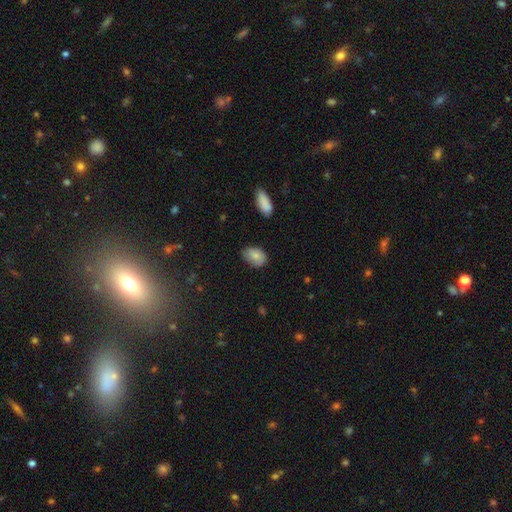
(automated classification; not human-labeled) The model was most divided on "merging": none: 69%, minor disturbance: 25%, major disturbance: 4%, merger: 2%. More confident: smooth or featured — smooth (80%); how rounded — in between (80%).